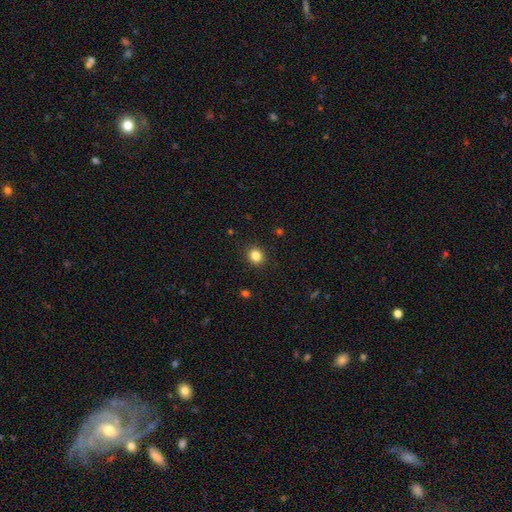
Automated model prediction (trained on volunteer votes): A smooth galaxy with no disk features (84%) that is round (77%).

Vote fractions:
- Smooth or featured? smooth: 84% / star or artifact: 11% / featured or disk: 4%
- How rounded? round: 77% / in between: 22% / cigar-shaped: 1%
- Merging? none: 91% / minor disturbance: 6% / major disturbance: 2% / merger: 1%